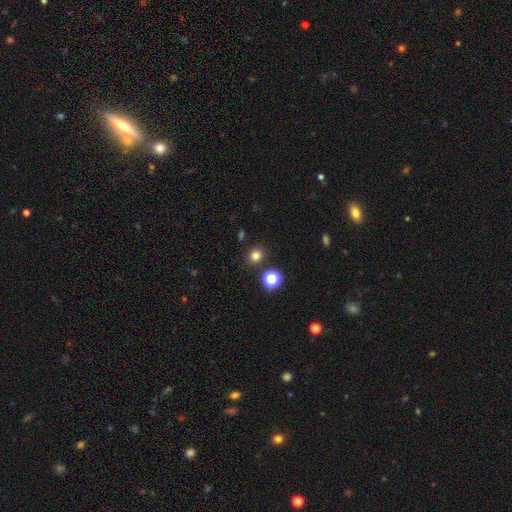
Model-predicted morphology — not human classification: This appears to be a smooth galaxy with no disk features (78%) that is round (81%). Merging: none (86%).